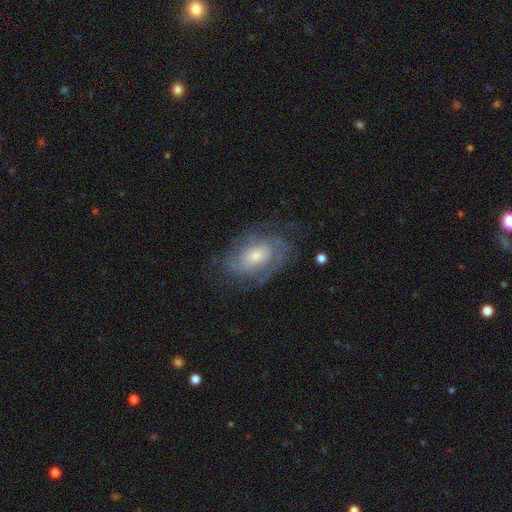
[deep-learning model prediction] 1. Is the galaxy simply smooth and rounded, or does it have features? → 78% featured or disk, 16% smooth, 7% star or artifact.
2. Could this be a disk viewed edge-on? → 96% no, 4% yes.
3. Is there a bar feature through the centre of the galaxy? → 70% no, 25% weak, 5% strong.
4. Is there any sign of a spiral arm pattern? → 89% yes, 11% no.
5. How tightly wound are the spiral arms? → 57% tight, 33% medium, 10% loose.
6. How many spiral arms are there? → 41% can't tell, 28% 2, 15% 3, 6% 4, 5% 1, 4% more than 4.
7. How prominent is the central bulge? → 50% moderate, 39% small, 8% large, 2% none, 1% dominant.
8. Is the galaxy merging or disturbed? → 68% none, 19% minor disturbance, 11% major disturbance, 1% merger.